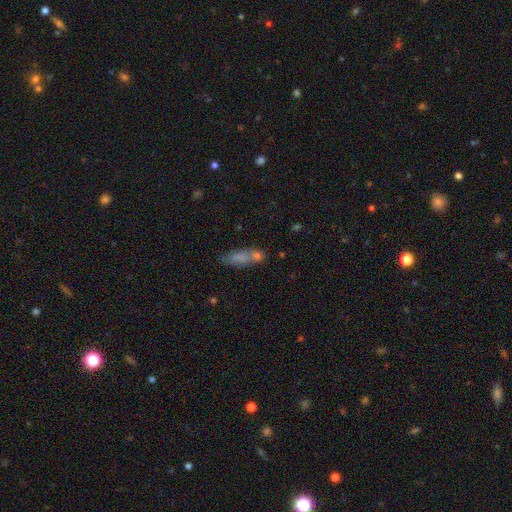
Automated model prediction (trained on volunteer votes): This is likely a smooth galaxy (71%). How rounded: possibly in between (52%). Merging: possibly none (53%).